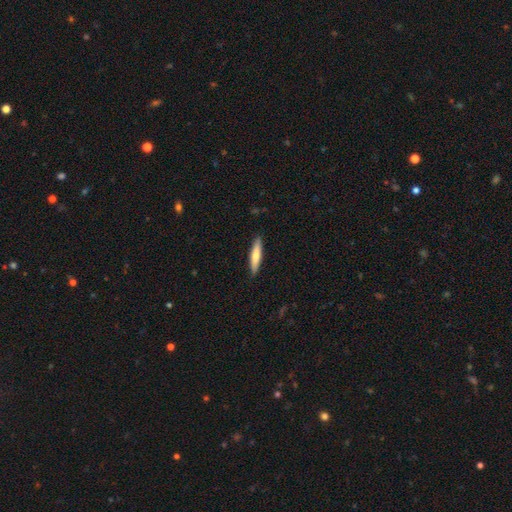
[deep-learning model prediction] smooth 69%, featured or disk 26%, star or artifact 5%. Down the decision tree: how rounded — cigar-shaped (87%); merging — none (91%).